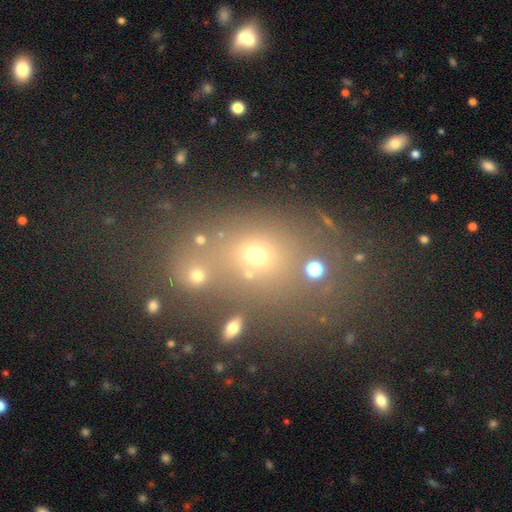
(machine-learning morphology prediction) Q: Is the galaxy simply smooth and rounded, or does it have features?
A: smooth — 47%.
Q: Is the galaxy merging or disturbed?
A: none — 59%.